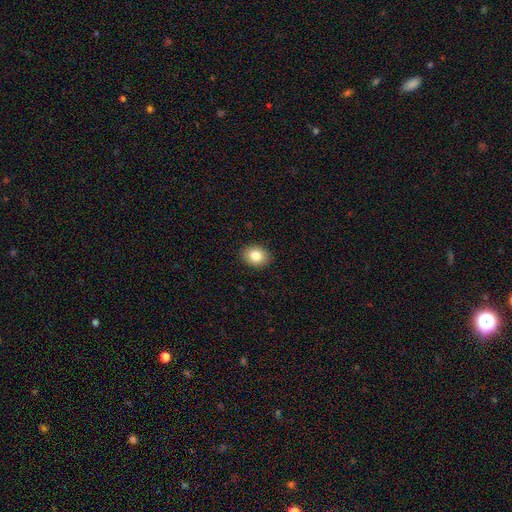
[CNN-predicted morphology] This is clearly a smooth galaxy (83%). How rounded: possibly in between (59%). Merging: clearly none (91%).